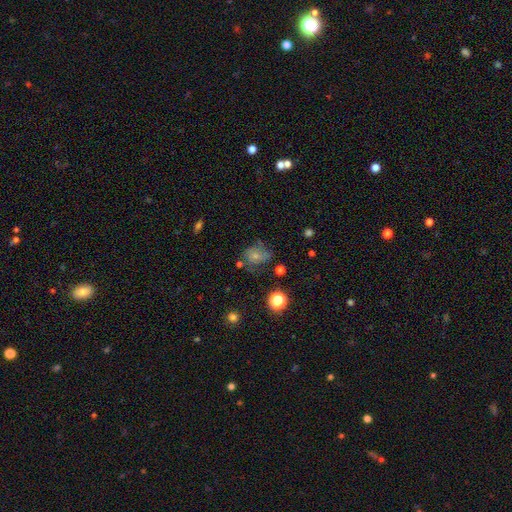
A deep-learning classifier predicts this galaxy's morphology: A smooth galaxy with no disk features (49%). Merging: none (48%).